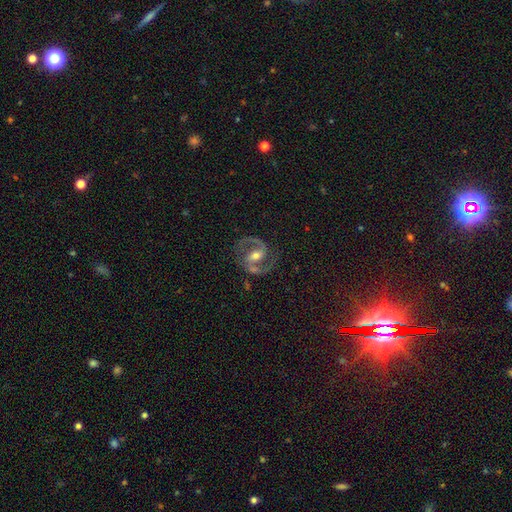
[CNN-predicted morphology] Smooth or featured: featured or disk — 90% (smooth — 5%)
Edge-on disk: no — 98% (yes — 2%)
Bar: strong — 43% (weak — 39%)
Spiral arms: yes — 97% (no — 3%)
Spiral winding: medium — 66% (tight — 20%)
Spiral arm count: 2 — 93% (can't tell — 2%)
Bulge size: moderate — 63% (small — 30%)
Merging: none — 78% (minor disturbance — 13%)